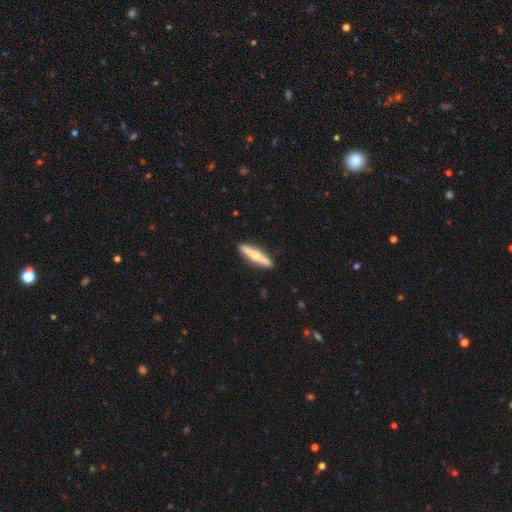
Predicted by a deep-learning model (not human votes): Overall: featured or disk (51%; smooth 44%). Edge-on disk: yes (95%). Merging: none (90%).